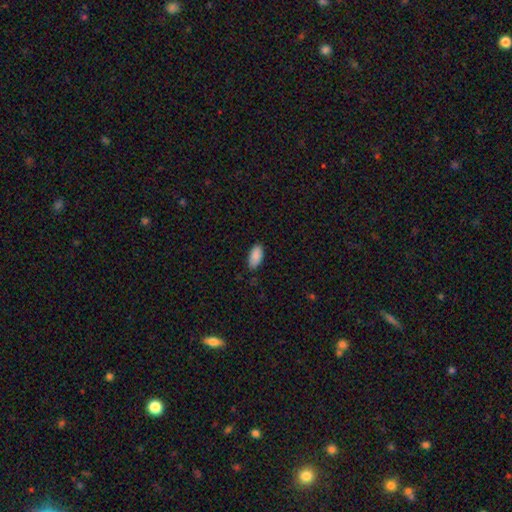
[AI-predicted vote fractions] A smooth galaxy with no disk features (90%) that is in between round and cigar-shaped (93%). Merging: none (82%).